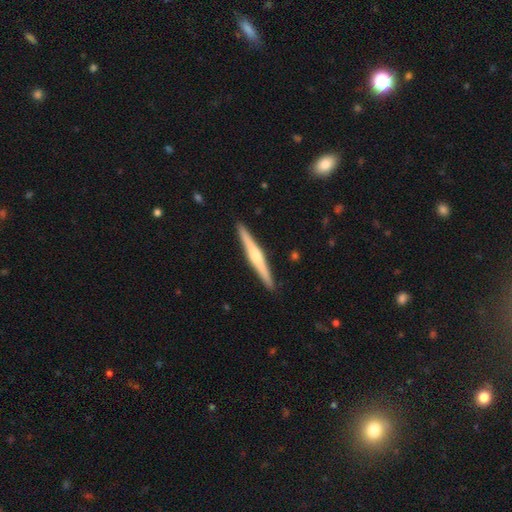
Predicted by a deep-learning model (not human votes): featured or disk 67%, smooth 28%, star or artifact 5%. Down the decision tree: edge-on disk — yes (98%); edge-on bulge — rounded (81%); merging — none (92%).